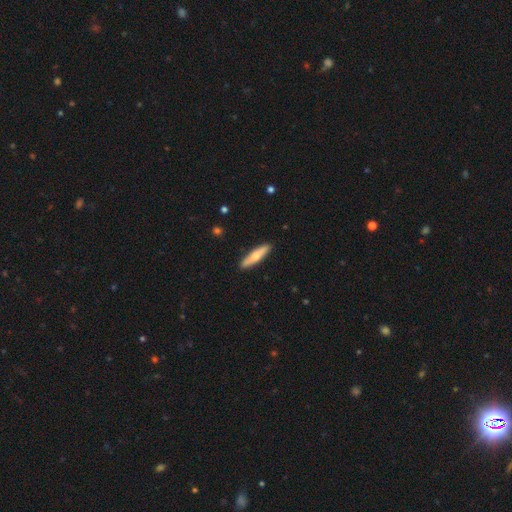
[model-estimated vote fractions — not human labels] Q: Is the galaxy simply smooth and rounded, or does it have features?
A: smooth — 60%.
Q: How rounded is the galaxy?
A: cigar-shaped — 81%.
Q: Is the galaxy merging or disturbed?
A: none — 90%.